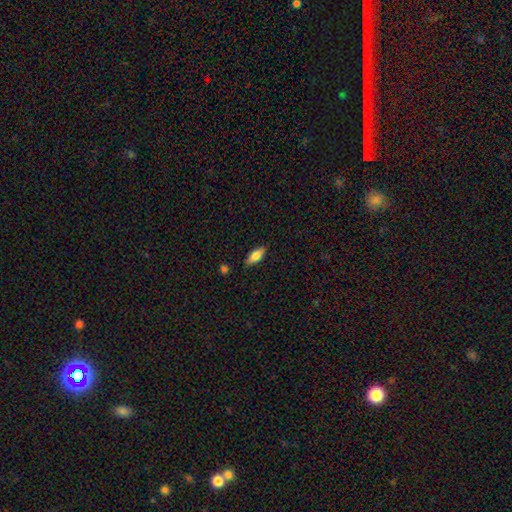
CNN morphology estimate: smooth 70%, featured or disk 23%, star or artifact 7%. Down the decision tree: how rounded — in between (76%); merging — none (85%).